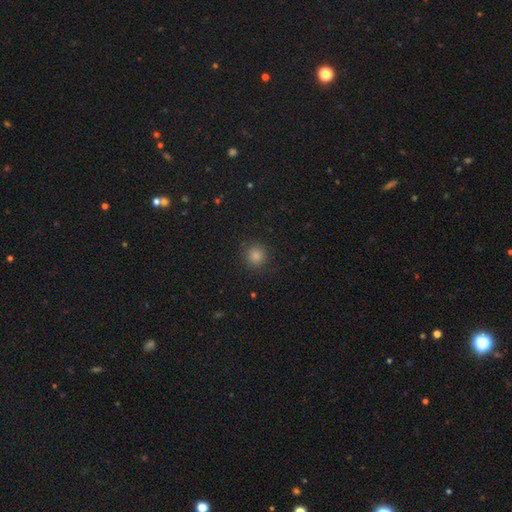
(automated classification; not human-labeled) smooth-or-featured: smooth: 83% | star or artifact: 13% | featured or disk: 4%
  how-rounded: round: 94% | in between: 5% | cigar-shaped: 1%
  merging: none: 89% | minor disturbance: 7% | major disturbance: 3% | merger: 1%